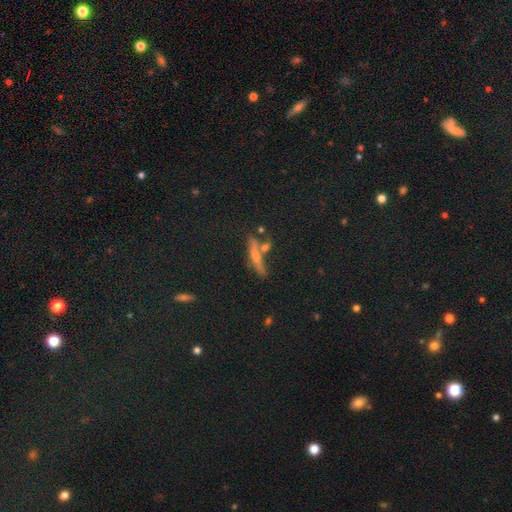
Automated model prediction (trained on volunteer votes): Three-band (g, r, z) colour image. It shows a featured or disk galaxy (43%). Merging: none (66%).